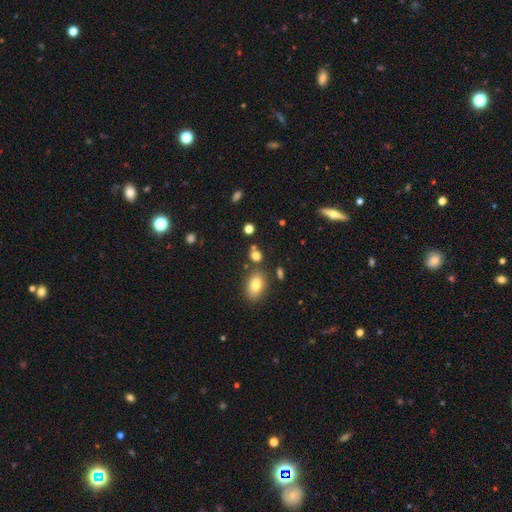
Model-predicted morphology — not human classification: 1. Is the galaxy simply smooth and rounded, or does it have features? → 77% smooth, 15% star or artifact, 8% featured or disk.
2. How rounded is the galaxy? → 58% round, 39% in between, 3% cigar-shaped.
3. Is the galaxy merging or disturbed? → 71% none, 14% merger, 11% minor disturbance, 4% major disturbance.